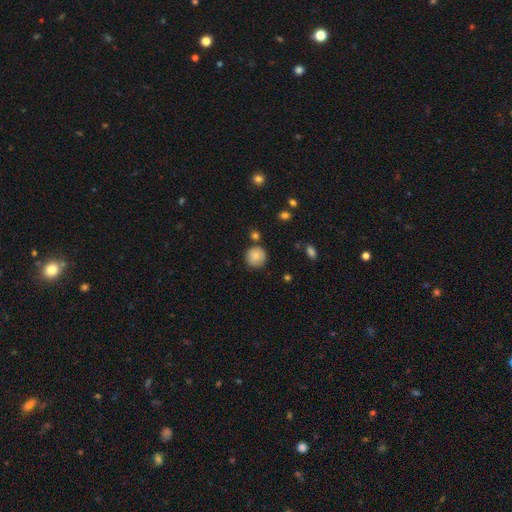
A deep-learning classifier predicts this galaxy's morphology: type=smooth (84%); roundness=round (93%); merging=none (80%).